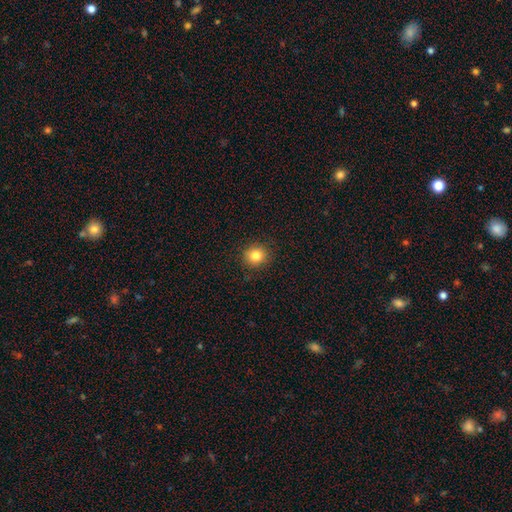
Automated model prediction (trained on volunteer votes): A smooth galaxy with no disk features (82%) that is round (88%).

Vote fractions:
- Smooth or featured? smooth: 82% / star or artifact: 11% / featured or disk: 6%
- How rounded? round: 88% / in between: 12% / cigar-shaped: 1%
- Merging? none: 91% / minor disturbance: 6% / major disturbance: 2% / merger: 1%